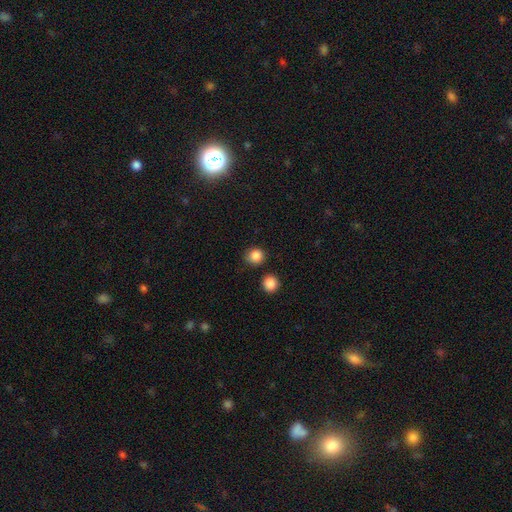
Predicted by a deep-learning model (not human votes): Smooth or featured: smooth — 86% (star or artifact — 11%)
How rounded: round — 87% (in between — 12%)
Merging: none — 81% (minor disturbance — 11%)